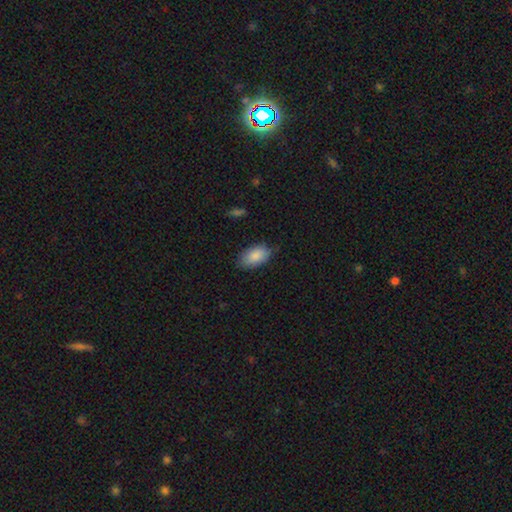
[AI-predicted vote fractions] This is clearly a smooth galaxy (87%). How rounded: clearly in between (94%). Merging: likely none (77%).